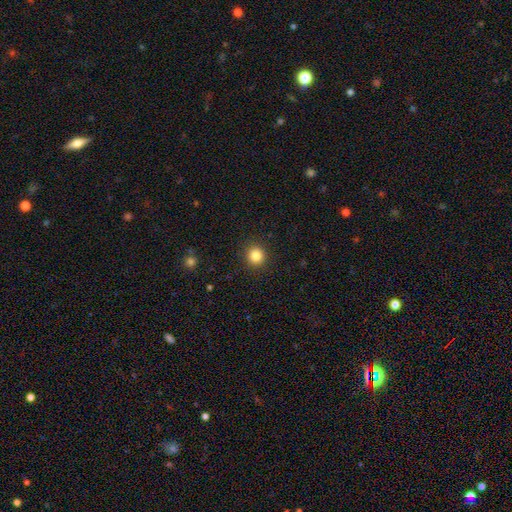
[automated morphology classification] A smooth galaxy with no disk features (84%) that is round (92%).

Vote fractions:
- Smooth or featured? smooth: 84% / star or artifact: 11% / featured or disk: 4%
- How rounded? round: 92% / in between: 7% / cigar-shaped: 1%
- Merging? none: 92% / minor disturbance: 5% / major disturbance: 2% / merger: 1%